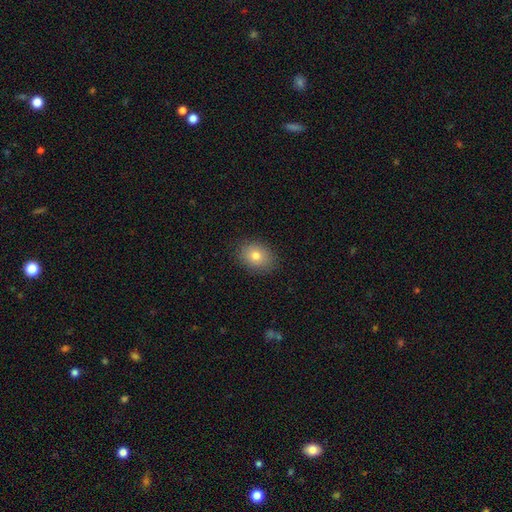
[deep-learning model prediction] Smooth or featured: smooth — 80% (star or artifact — 10%)
How rounded: in between — 59% (round — 40%)
Merging: none — 88% (minor disturbance — 9%)